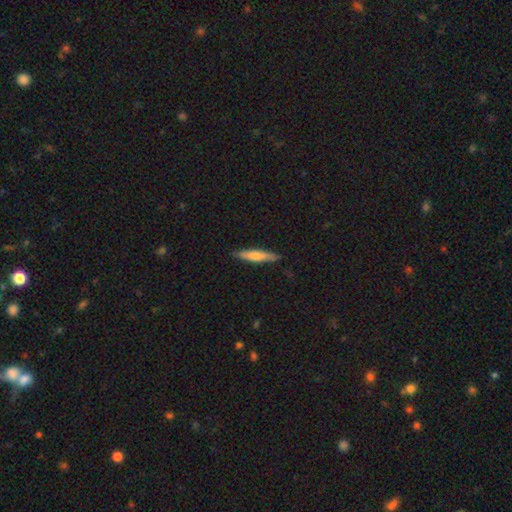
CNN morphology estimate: This appears to be a smooth galaxy with no disk features (68%) that is cigar-shaped (85%). Merging: none (83%).